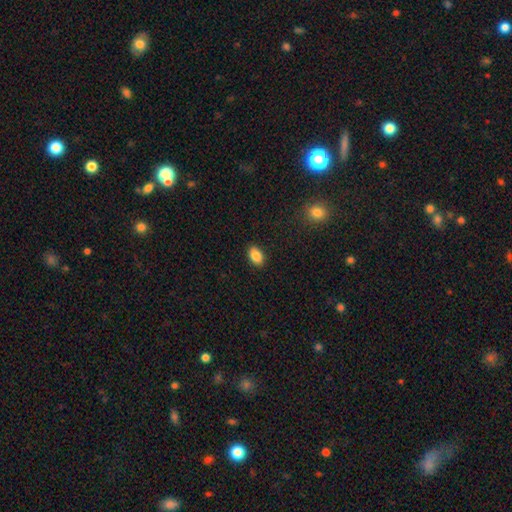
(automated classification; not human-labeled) Smooth or featured: smooth — 87% (star or artifact — 8%)
How rounded: in between — 90% (round — 9%)
Merging: none — 90% (minor disturbance — 7%)